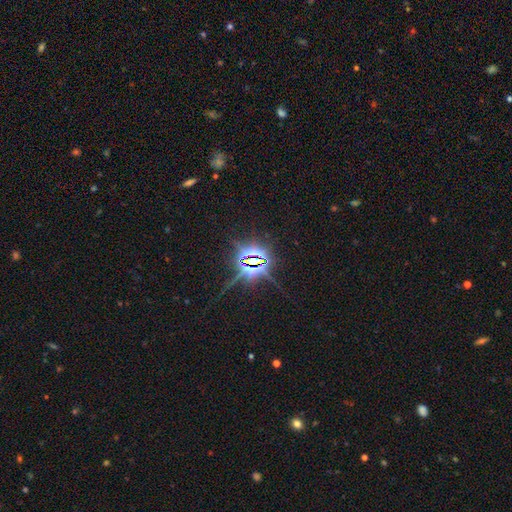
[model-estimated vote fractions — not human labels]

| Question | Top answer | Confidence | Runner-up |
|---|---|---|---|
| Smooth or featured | star or artifact | 83% | featured or disk (9%) |